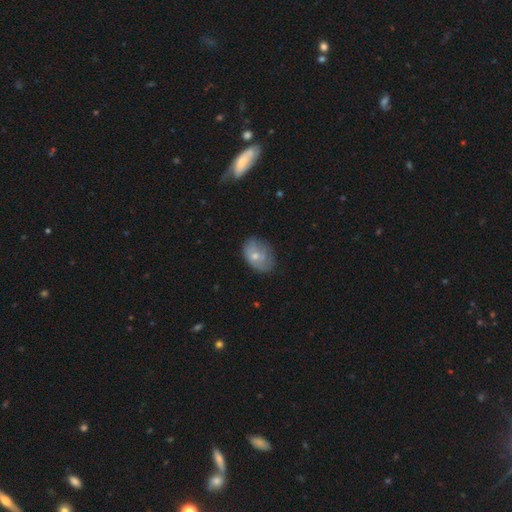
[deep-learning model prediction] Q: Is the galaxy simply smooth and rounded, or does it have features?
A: smooth — 59%.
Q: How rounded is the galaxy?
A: in between — 78%.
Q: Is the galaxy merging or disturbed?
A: none — 54%.